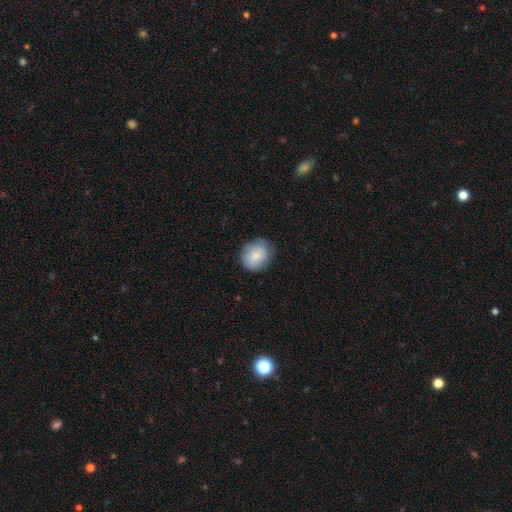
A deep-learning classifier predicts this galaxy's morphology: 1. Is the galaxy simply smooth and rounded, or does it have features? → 79% smooth, 14% featured or disk, 7% star or artifact.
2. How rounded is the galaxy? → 75% round, 24% in between, 1% cigar-shaped.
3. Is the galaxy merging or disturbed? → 75% none, 20% minor disturbance, 5% major disturbance, 1% merger.